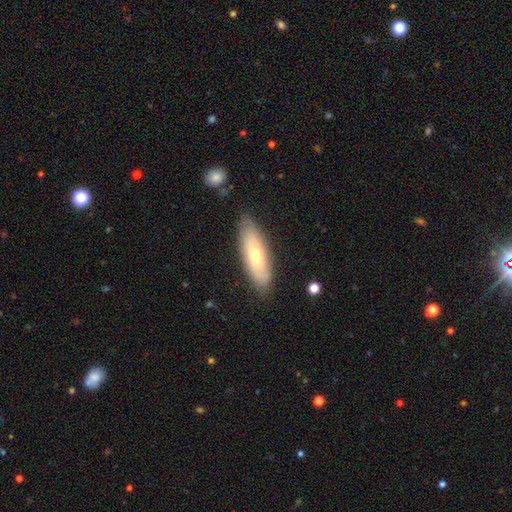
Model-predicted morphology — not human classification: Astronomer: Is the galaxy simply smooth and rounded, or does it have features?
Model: smooth — 56% (runner-up: featured or disk, 37%).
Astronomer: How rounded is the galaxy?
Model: in between — 59% (runner-up: cigar-shaped, 39%).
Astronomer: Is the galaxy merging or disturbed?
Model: none — 81%.